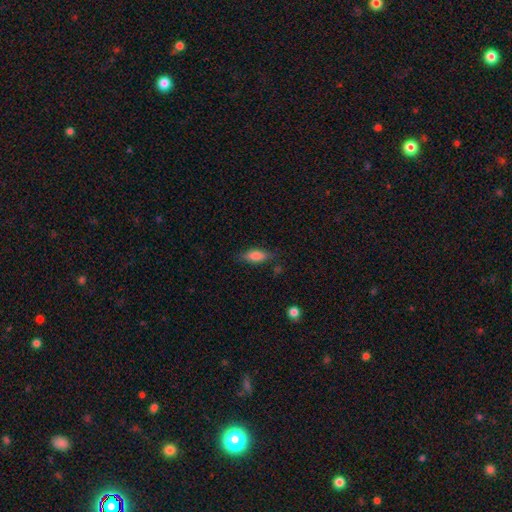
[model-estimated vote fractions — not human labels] The model was most divided on "how rounded": in between: 74%, cigar-shaped: 23%, round: 3%. More confident: smooth or featured — smooth (81%); merging — none (75%).